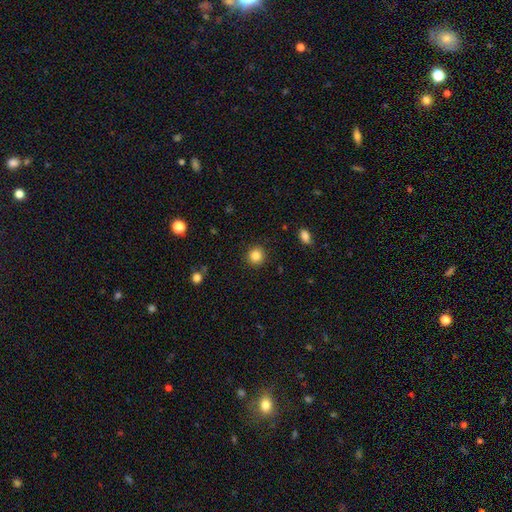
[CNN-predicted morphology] A smooth galaxy with no disk features (85%) that is round (93%). Merging: none (91%).